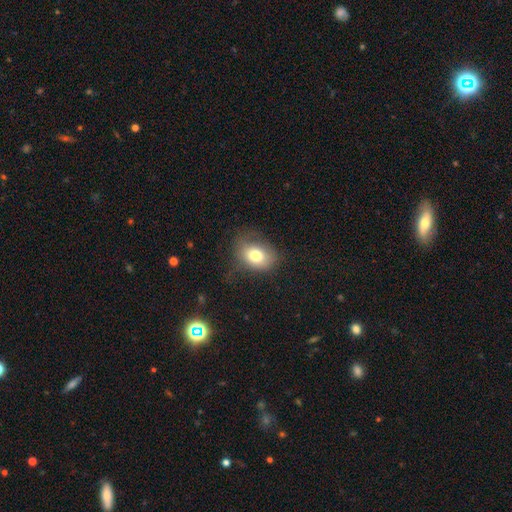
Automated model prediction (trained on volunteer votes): A smooth galaxy with no disk features (74%) that is in between round and cigar-shaped (62%).

Vote fractions:
- Smooth or featured? smooth: 74% / featured or disk: 15% / star or artifact: 11%
- How rounded? in between: 62% / round: 37% / cigar-shaped: 1%
- Merging? none: 61% / minor disturbance: 26% / major disturbance: 12% / merger: 1%